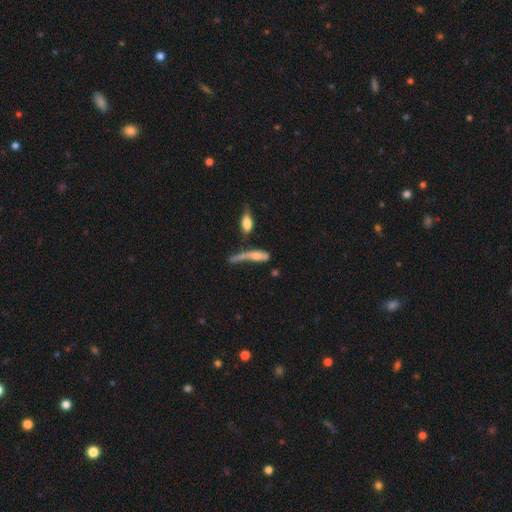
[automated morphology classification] type=smooth (55%); roundness=cigar-shaped (62%); merging=major disturbance (33%).